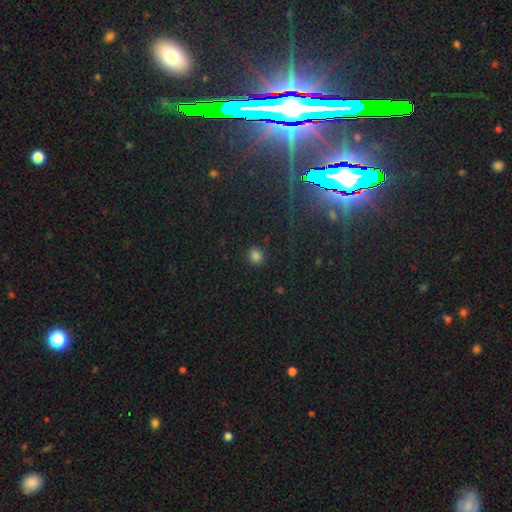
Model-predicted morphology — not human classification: smooth 81%, star or artifact 15%, featured or disk 4%. Down the decision tree: how rounded — round (78%); merging — none (89%).